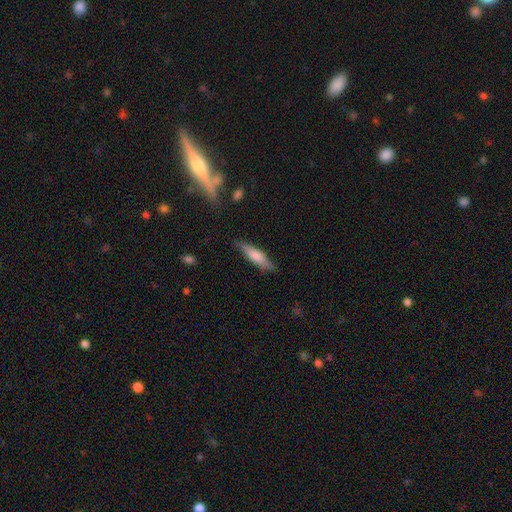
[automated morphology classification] Smooth or featured? smooth (69%)
How rounded? cigar-shaped (76%)
Merging? none (80%)